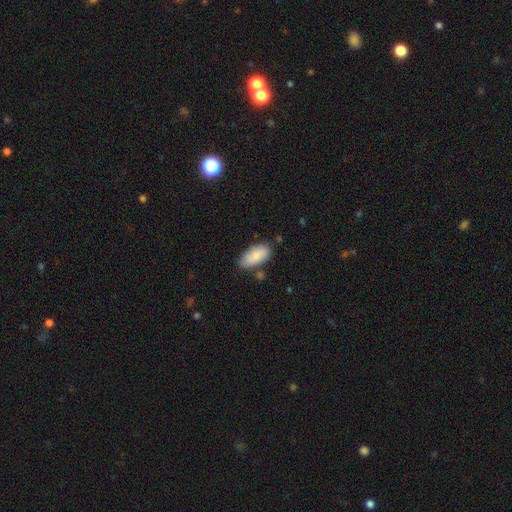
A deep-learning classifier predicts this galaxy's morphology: A smooth galaxy with no disk features (84%) that is in between round and cigar-shaped (91%). Merging: none (74%).